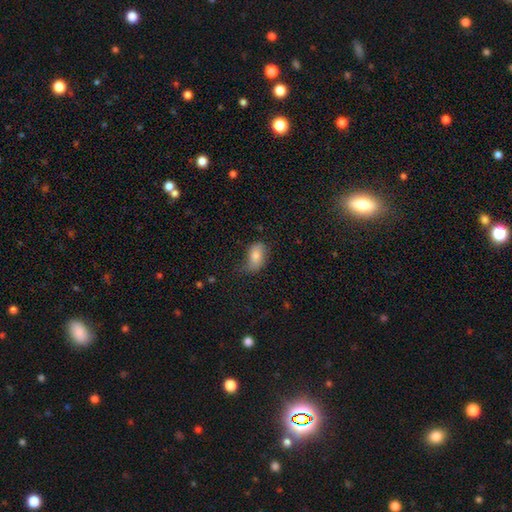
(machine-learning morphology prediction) A smooth galaxy with no disk features (75%) that is in between round and cigar-shaped (89%). Merging: none (55%).